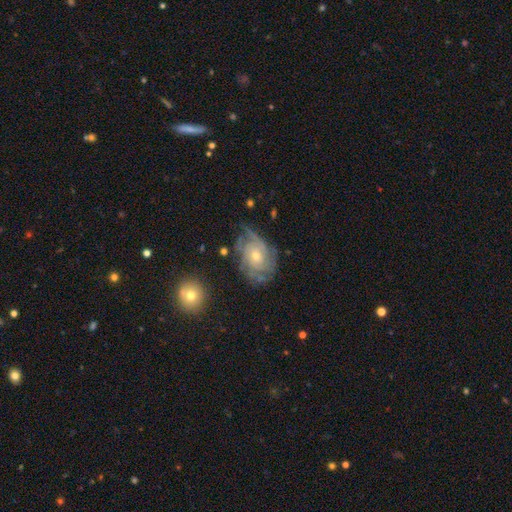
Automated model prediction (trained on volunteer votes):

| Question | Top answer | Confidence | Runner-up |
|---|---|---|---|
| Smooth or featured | featured or disk | 80% | smooth (12%) |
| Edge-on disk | no | 97% | yes (3%) |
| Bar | no | 77% | weak (20%) |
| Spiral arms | yes | 93% | no (7%) |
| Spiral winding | tight | 61% | medium (29%) |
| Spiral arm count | can't tell | 40% | 3 (17%) |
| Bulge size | small | 58% | moderate (37%) |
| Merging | none | 62% | minor disturbance (23%) |